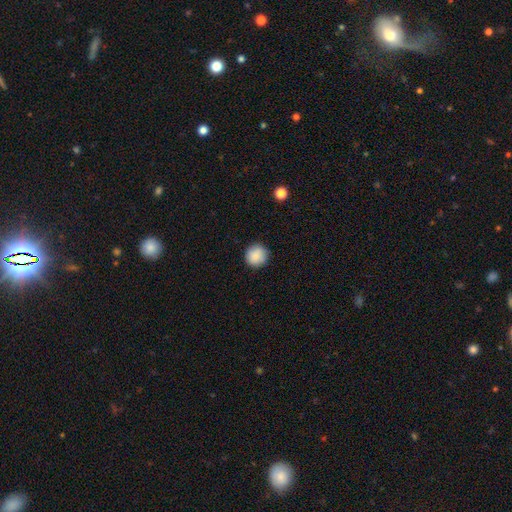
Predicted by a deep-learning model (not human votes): Morphology: type=smooth (87%); roundness=round (94%); merging=none (90%).